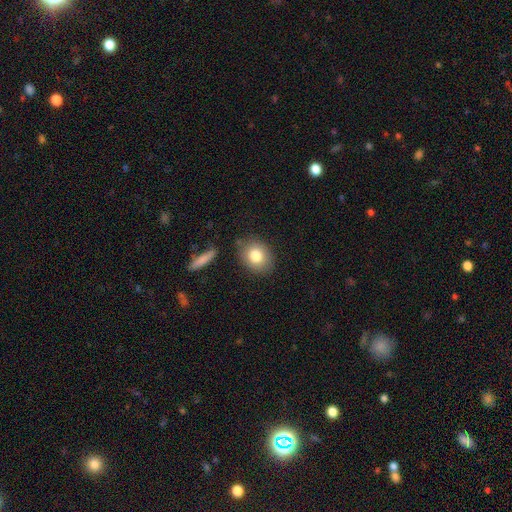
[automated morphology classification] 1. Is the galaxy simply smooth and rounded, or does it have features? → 81% smooth, 11% featured or disk, 8% star or artifact.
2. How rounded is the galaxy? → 51% in between, 48% round, 1% cigar-shaped.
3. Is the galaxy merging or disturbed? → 81% none, 12% minor disturbance, 3% merger, 3% major disturbance.